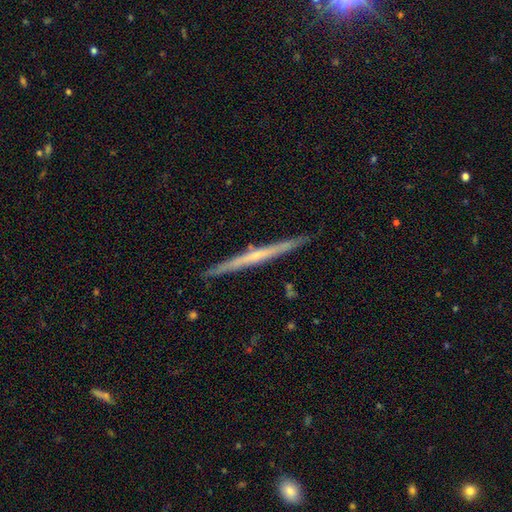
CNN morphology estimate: This is likely a featured or disk galaxy (67%). It is clearly viewed edge-on (98%). Edge-on bulge: likely none (66%). Merging: clearly none (91%).